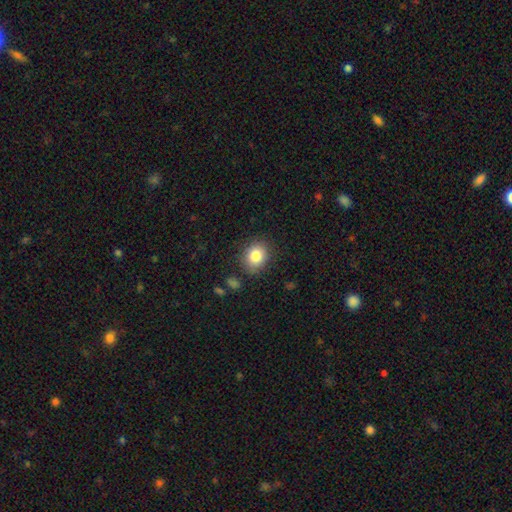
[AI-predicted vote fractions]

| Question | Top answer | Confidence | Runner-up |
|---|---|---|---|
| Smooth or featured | smooth | 83% | star or artifact (10%) |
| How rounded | round | 63% | in between (36%) |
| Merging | none | 84% | minor disturbance (11%) |